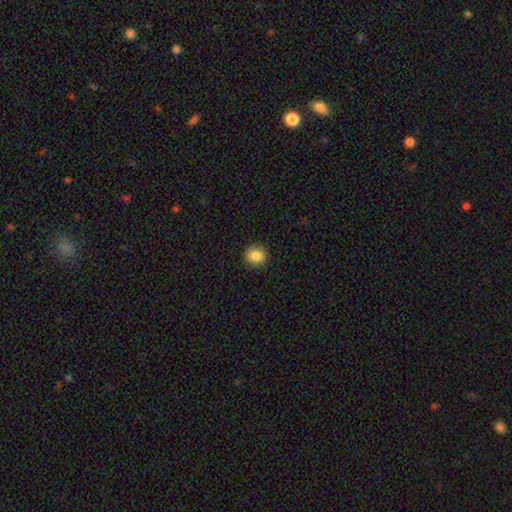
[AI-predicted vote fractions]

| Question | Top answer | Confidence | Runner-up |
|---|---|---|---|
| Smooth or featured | smooth | 86% | star or artifact (10%) |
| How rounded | round | 77% | in between (22%) |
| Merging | none | 89% | minor disturbance (8%) |